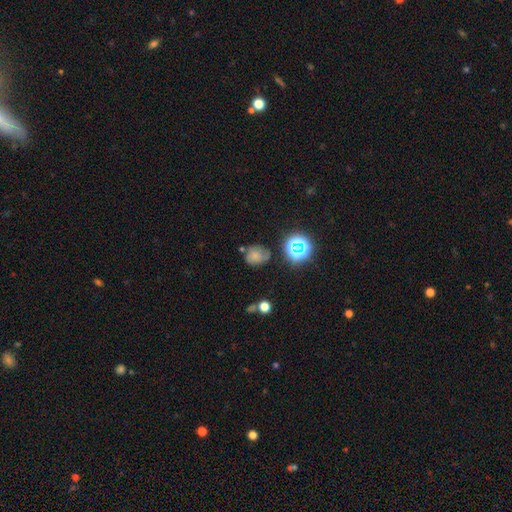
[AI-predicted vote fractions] smooth_or_featured: smooth (p=0.60) [alt: star or artifact p=0.21]
how_rounded: round (p=0.64) [alt: in between p=0.35]
merging: none (p=0.57) [alt: minor disturbance p=0.26]